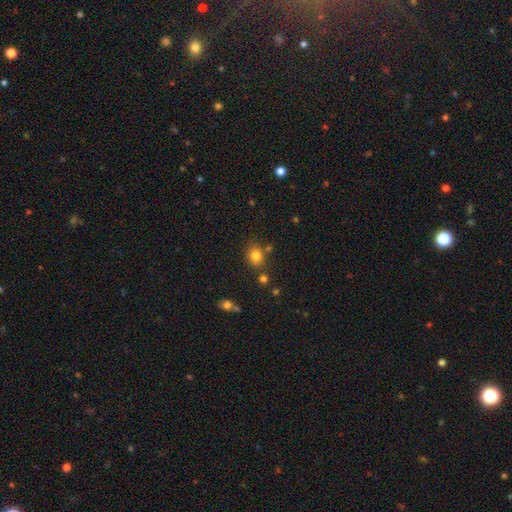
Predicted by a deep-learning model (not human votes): A smooth galaxy with no disk features (79%) that is round (63%). Merging: none (76%).